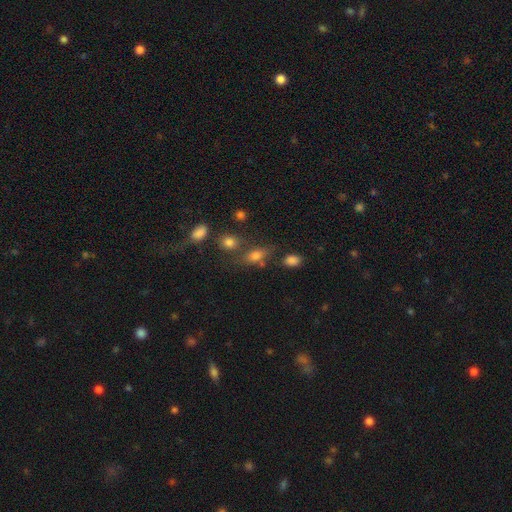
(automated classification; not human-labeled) Smooth or featured?
  - smooth: 71% *
  - star or artifact: 15%
  - featured or disk: 14%
How rounded?
  - in between: 72% *
  - round: 19%
  - cigar-shaped: 9%
Merging?
  - none: 55% *
  - merger: 18%
  - minor disturbance: 18%
  - major disturbance: 9%